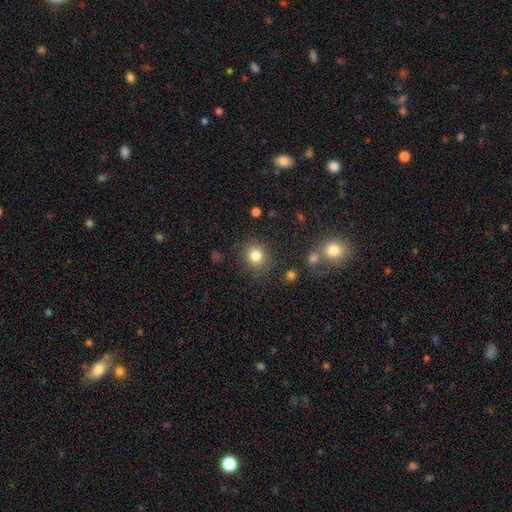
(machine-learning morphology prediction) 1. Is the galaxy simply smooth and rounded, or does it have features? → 82% smooth, 12% star or artifact, 6% featured or disk.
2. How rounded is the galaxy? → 83% round, 16% in between, 1% cigar-shaped.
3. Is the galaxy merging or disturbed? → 85% none, 9% minor disturbance, 3% major disturbance, 3% merger.